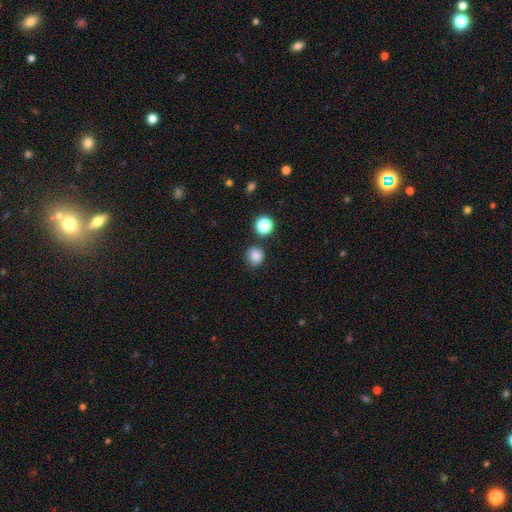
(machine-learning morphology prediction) A smooth galaxy with no disk features (83%) that is round (85%).

Vote fractions:
- Smooth or featured? smooth: 83% / star or artifact: 13% / featured or disk: 4%
- How rounded? round: 85% / in between: 14% / cigar-shaped: 1%
- Merging? none: 78% / minor disturbance: 13% / merger: 5% / major disturbance: 4%